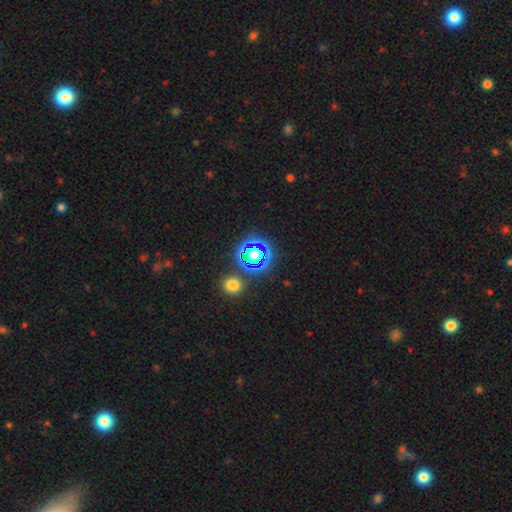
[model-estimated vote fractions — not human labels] smooth-or-featured: star or artifact: 72% | smooth: 21% | featured or disk: 7%